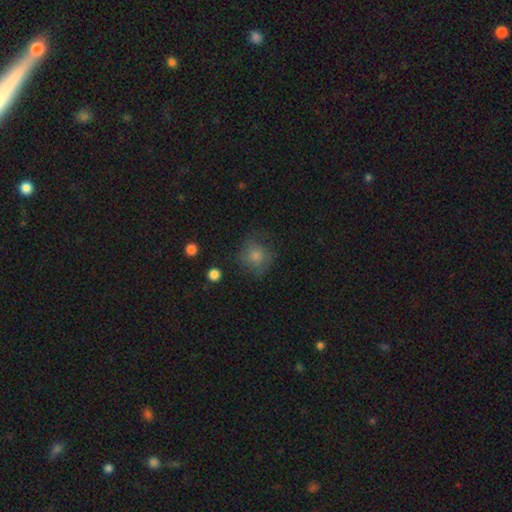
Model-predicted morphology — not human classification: This appears to be a smooth galaxy with no disk features (62%) that is round (86%). Merging: none (70%).